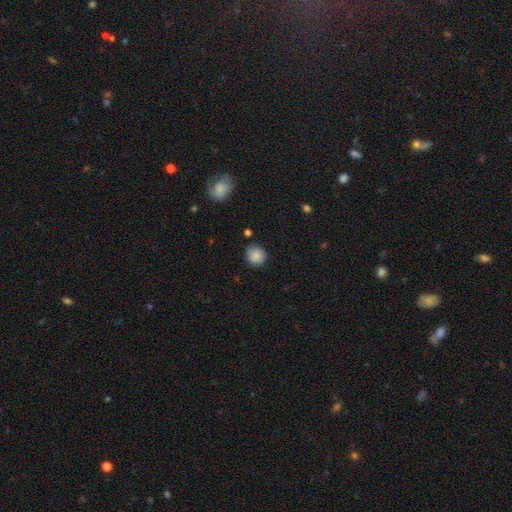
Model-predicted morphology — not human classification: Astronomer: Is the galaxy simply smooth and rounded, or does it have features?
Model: smooth — 87%.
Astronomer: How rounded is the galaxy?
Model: round — 83%.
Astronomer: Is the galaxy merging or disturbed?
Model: none — 82%.